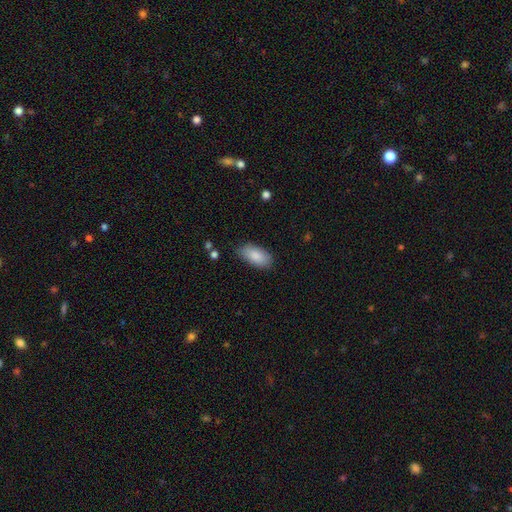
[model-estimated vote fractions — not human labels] This appears to be a smooth galaxy with no disk features (87%) that is in between round and cigar-shaped (93%). Merging: none (82%).